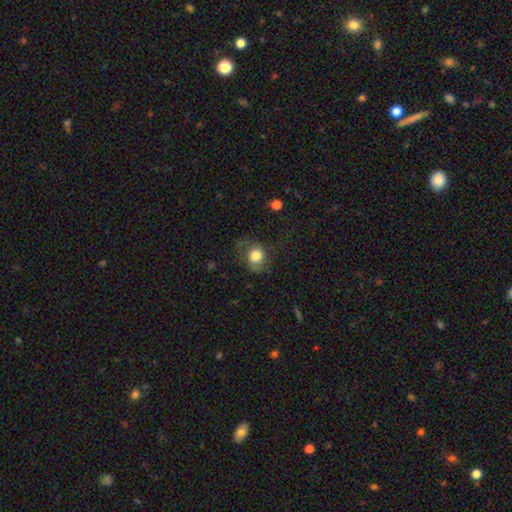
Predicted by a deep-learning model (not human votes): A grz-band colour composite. It shows a smooth galaxy with no disk features (74%) that is round (66%). Merging: none (54%).